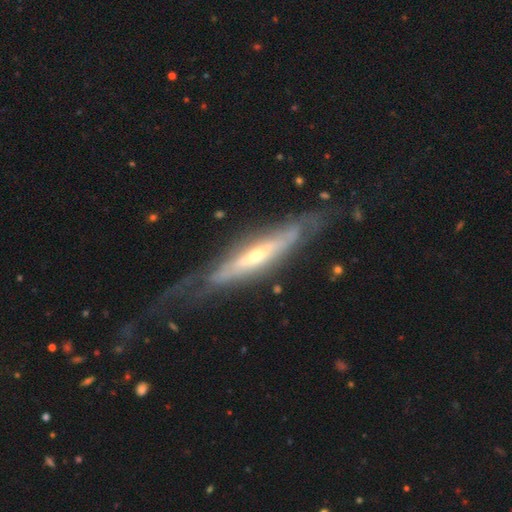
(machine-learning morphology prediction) Smooth or featured? Predicted: featured or disk (p=0.79). Edge-on disk? Predicted: yes (p=0.68). Edge-on bulge? Predicted: rounded (p=0.65). Merging? Predicted: none (p=0.62).